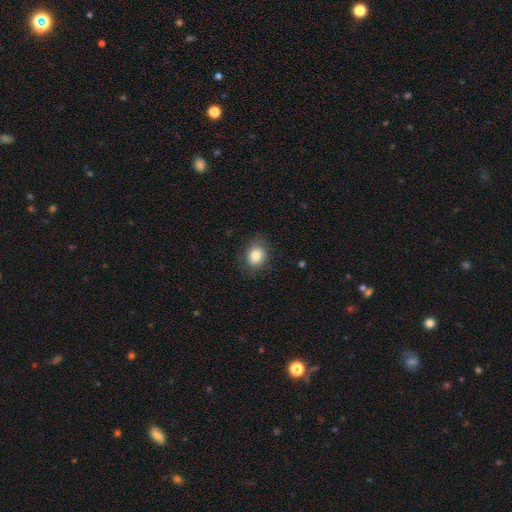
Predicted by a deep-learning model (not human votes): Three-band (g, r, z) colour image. It shows a smooth galaxy with no disk features (82%) that is round (62%). Merging: none (81%).